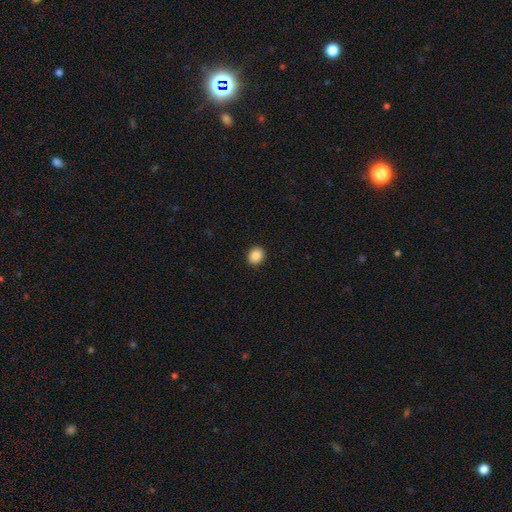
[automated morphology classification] Smooth or featured? smooth (88%)
How rounded? round (69%)
Merging? none (92%)